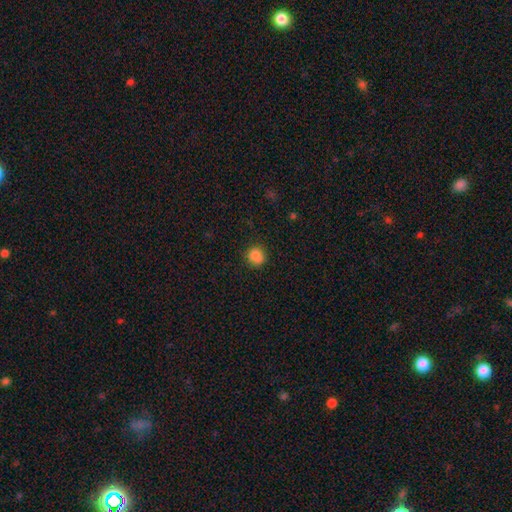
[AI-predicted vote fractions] Smooth or featured? smooth (84%)
How rounded? round (85%)
Merging? none (75%)